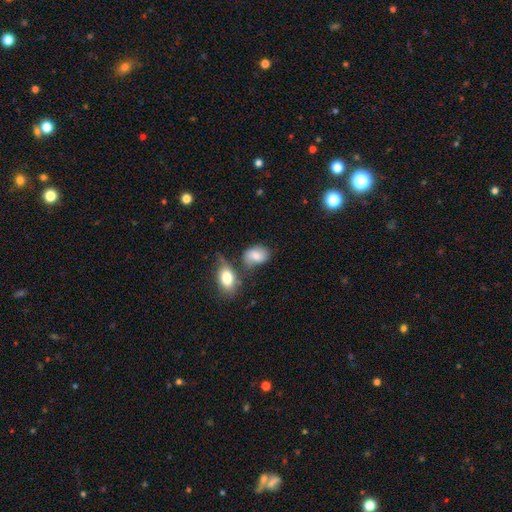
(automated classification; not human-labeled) Smooth or featured?
  - smooth: 79% *
  - featured or disk: 13%
  - star or artifact: 8%
How rounded?
  - in between: 80% *
  - round: 18%
  - cigar-shaped: 2%
Merging?
  - none: 44% *
  - minor disturbance: 26%
  - merger: 20%
  - major disturbance: 11%